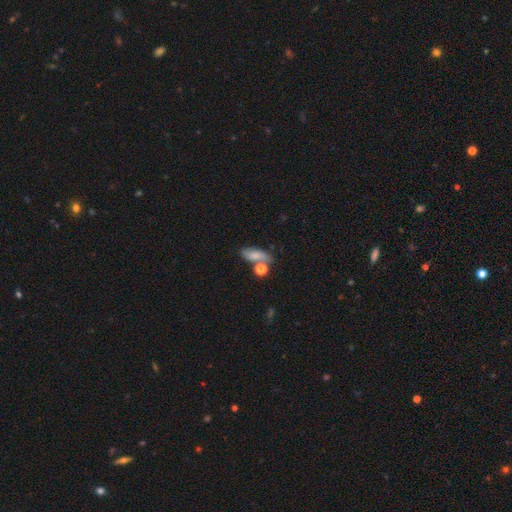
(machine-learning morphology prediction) Q: Smooth or featured?
A: smooth (72%); runner-up: featured or disk (17%)
Q: How rounded?
A: in between (72%); runner-up: cigar-shaped (16%)
Q: Merging?
A: none (48%); runner-up: merger (23%)